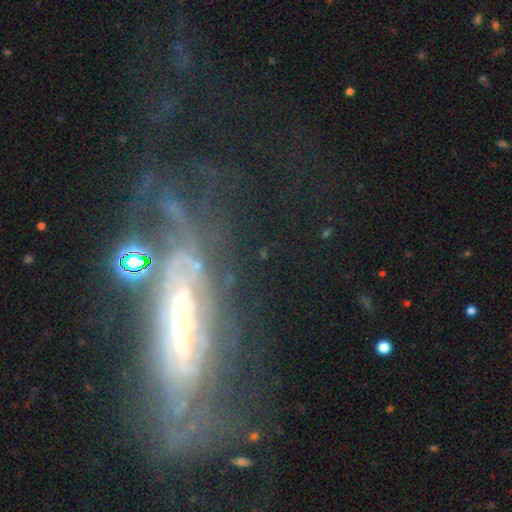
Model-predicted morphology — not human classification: The model was most divided on "bar": no: 42%, strong: 30%, weak: 28%. Remaining: spiral arms — yes (79%); smooth or featured — featured or disk (79%); edge-on disk — no (72%); bulge size — small (53%); merging — none (49%).